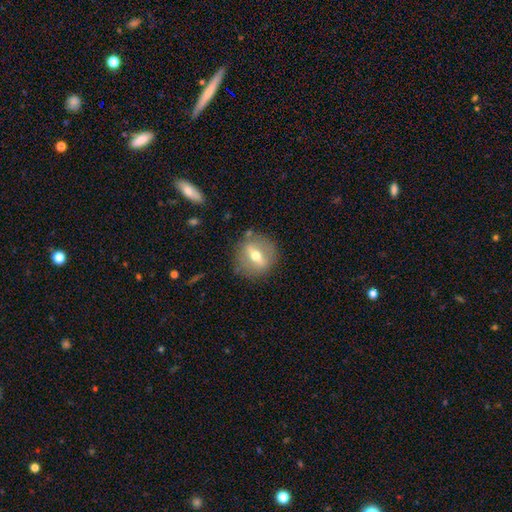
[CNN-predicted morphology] Smooth or featured? featured or disk (56%)
Edge-on disk? no (63%)
Merging? none (83%)